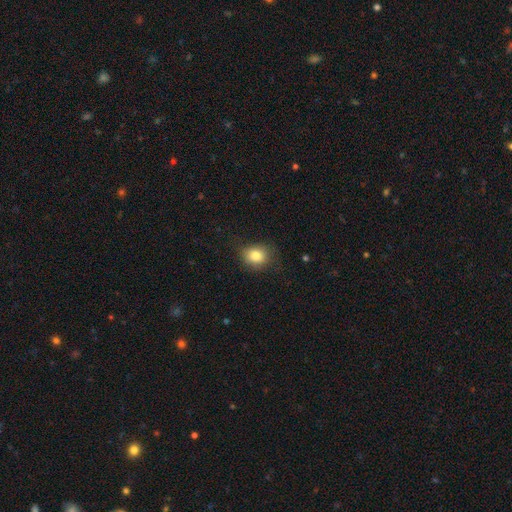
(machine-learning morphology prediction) Q: Smooth or featured?
A: smooth (82%); runner-up: star or artifact (10%)
Q: How rounded?
A: round (59%); runner-up: in between (40%)
Q: Merging?
A: none (76%); runner-up: minor disturbance (18%)